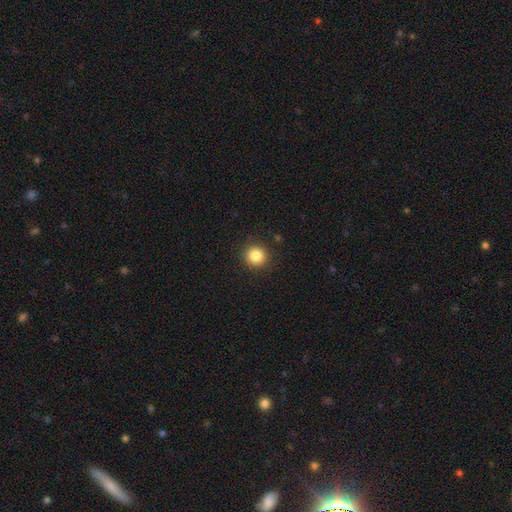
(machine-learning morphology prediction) Smooth or featured? smooth (84%)
How rounded? round (93%)
Merging? none (90%)